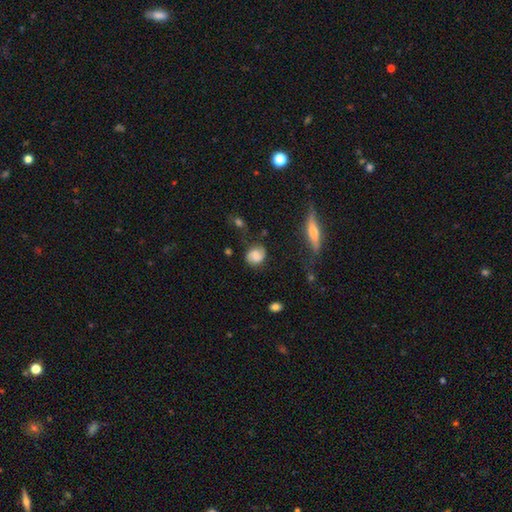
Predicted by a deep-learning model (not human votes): Smooth or featured?
  - smooth: 58% *
  - featured or disk: 33%
  - star or artifact: 9%
How rounded?
  - round: 58% *
  - in between: 40%
  - cigar-shaped: 2%
Merging?
  - none: 66% *
  - minor disturbance: 23%
  - major disturbance: 8%
  - merger: 3%